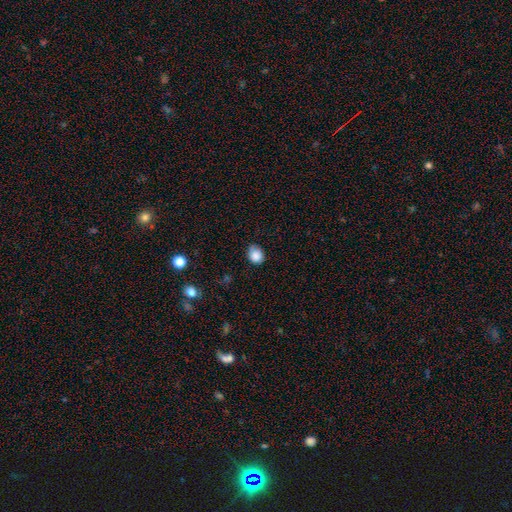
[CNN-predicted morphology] Q: Smooth or featured?
A: smooth (84%); runner-up: star or artifact (9%)
Q: How rounded?
A: round (63%); runner-up: in between (36%)
Q: Merging?
A: none (62%); runner-up: minor disturbance (30%)